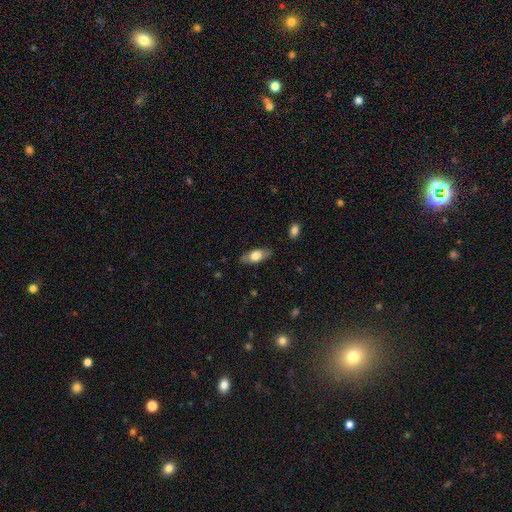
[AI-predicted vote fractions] This appears to be a smooth galaxy with no disk features (64%) that is in between round and cigar-shaped (80%). Merging: none (83%).